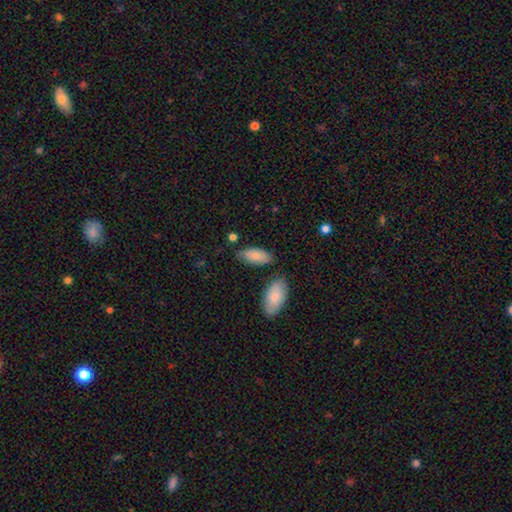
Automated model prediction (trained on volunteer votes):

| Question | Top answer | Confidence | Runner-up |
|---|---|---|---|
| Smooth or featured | smooth | 84% | featured or disk (10%) |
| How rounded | in between | 89% | cigar-shaped (9%) |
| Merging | none | 71% | minor disturbance (19%) |